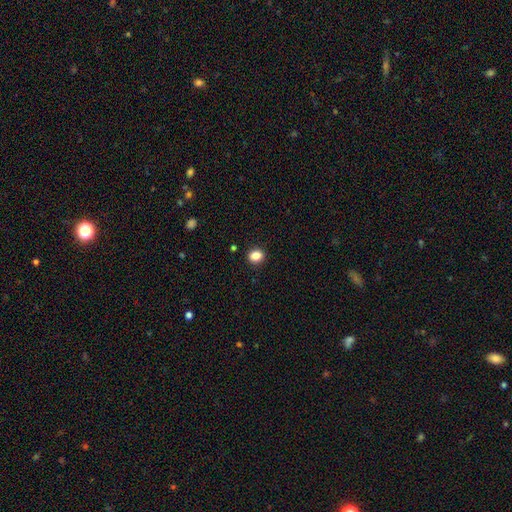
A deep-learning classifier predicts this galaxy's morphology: A smooth galaxy with no disk features (86%) that is round (63%).

Vote fractions:
- Smooth or featured? smooth: 86% / star or artifact: 10% / featured or disk: 4%
- How rounded? round: 63% / in between: 36% / cigar-shaped: 1%
- Merging? none: 91% / minor disturbance: 6% / major disturbance: 2% / merger: 1%